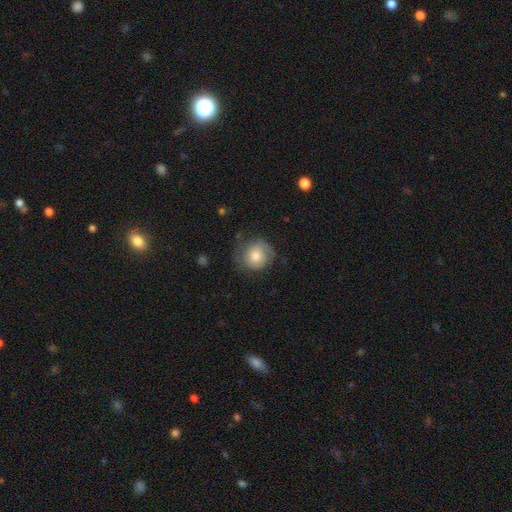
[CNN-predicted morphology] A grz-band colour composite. It shows a smooth galaxy with no disk features (56%) that is round (85%). Merging: none (61%).